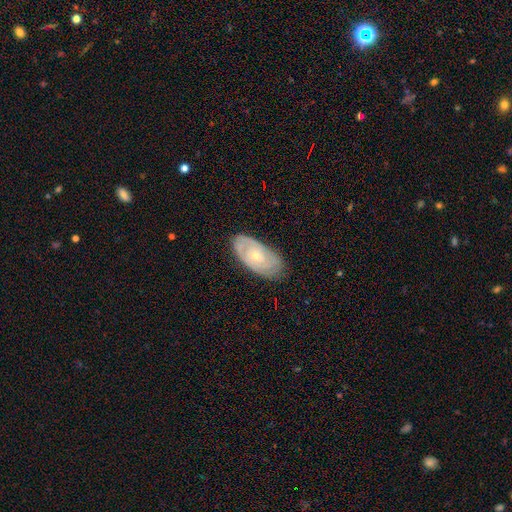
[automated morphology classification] Q: Smooth or featured?
A: featured or disk (74%); runner-up: smooth (21%)
Q: Edge-on disk?
A: no (94%); runner-up: yes (6%)
Q: Bar?
A: no (79%); runner-up: weak (18%)
Q: Spiral arms?
A: yes (88%); runner-up: no (12%)
Q: Spiral winding?
A: tight (71%); runner-up: medium (23%)
Q: Spiral arm count?
A: can't tell (38%); runner-up: 2 (37%)
Q: Bulge size?
A: small (68%); runner-up: moderate (29%)
Q: Merging?
A: none (79%); runner-up: minor disturbance (16%)